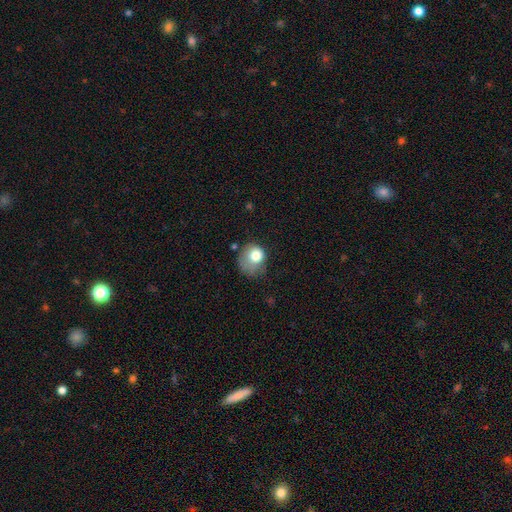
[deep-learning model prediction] The model was most divided on "merging": minor disturbance: 36%, major disturbance: 30%, none: 29%, merger: 5%. More confident: smooth or featured — smooth (76%); how rounded — round (68%).